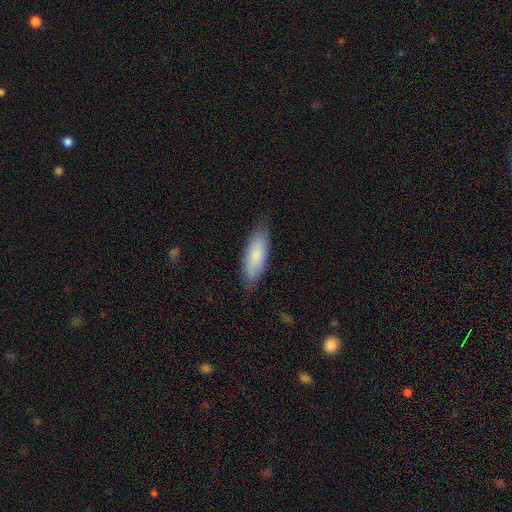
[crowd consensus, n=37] smooth 89%, featured or disk 11%, star or artifact 0%. Down the decision tree: how rounded — in between (64%); merging — none (81%).